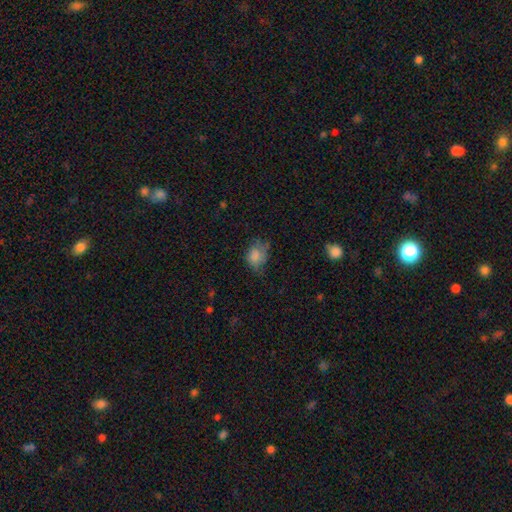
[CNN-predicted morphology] Q: Smooth or featured?
A: smooth (77%); runner-up: featured or disk (12%)
Q: How rounded?
A: in between (65%); runner-up: round (33%)
Q: Merging?
A: none (48%); runner-up: minor disturbance (33%)